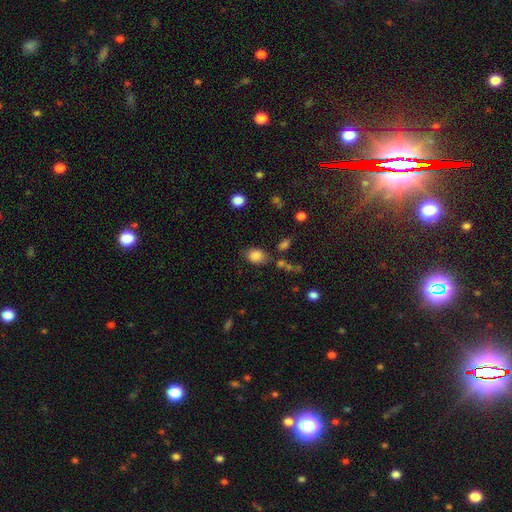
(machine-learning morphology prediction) smooth 84%, star or artifact 10%, featured or disk 6%. Down the decision tree: how rounded — in between (66%); merging — none (71%).